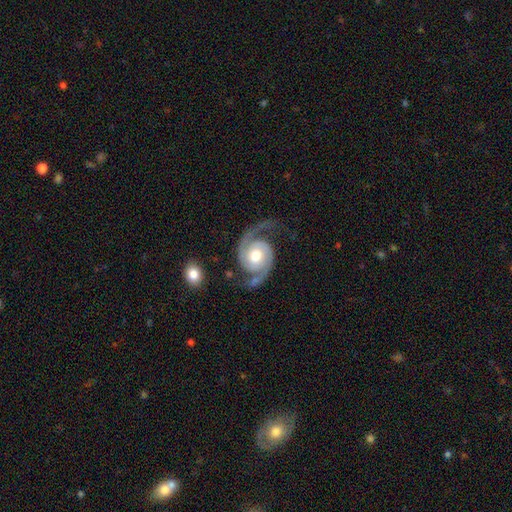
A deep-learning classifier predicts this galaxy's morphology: A featured or disk galaxy (92%) with no bar (66%), 2 (94%) medium (54%) spiral arms (98%) and a moderate central bulge (68%).

Vote fractions:
- Smooth or featured? featured or disk: 92% / smooth: 4% / star or artifact: 4%
- Edge-on disk? no: 98% / yes: 2%
- Bar? no: 66% / weak: 26% / strong: 8%
- Spiral arms? yes: 98% / no: 2%
- Spiral winding? medium: 54% / tight: 24% / loose: 22%
- Spiral arm count? 2: 94% / 1: 1% / can't tell: 1% / 3: 1% / 4: 1% / more than 4: 1%
- Bulge size? moderate: 68% / large: 18% / small: 10% / dominant: 2% / none: 2%
- Merging? none: 73% / minor disturbance: 16% / major disturbance: 9% / merger: 2%